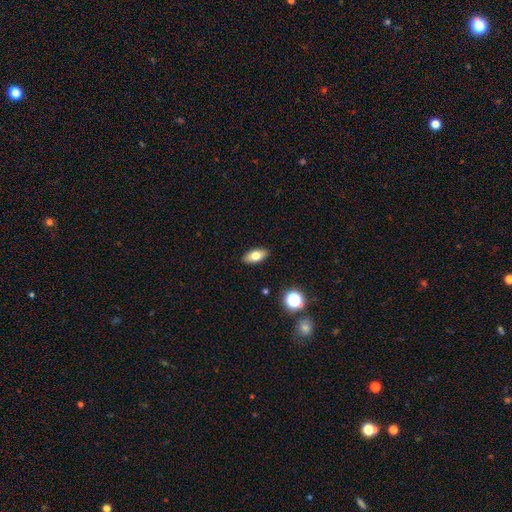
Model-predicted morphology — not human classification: This is likely a smooth galaxy (76%). How rounded: clearly in between (87%). Merging: clearly none (89%).